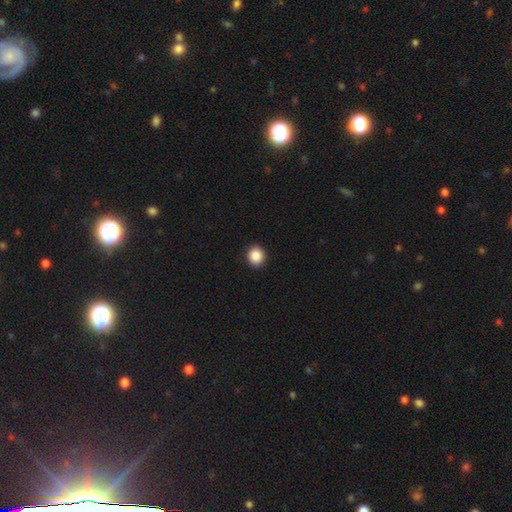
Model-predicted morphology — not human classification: Q: Smooth or featured?
A: smooth (89%); runner-up: star or artifact (9%)
Q: How rounded?
A: round (85%); runner-up: in between (14%)
Q: Merging?
A: none (92%); runner-up: minor disturbance (5%)